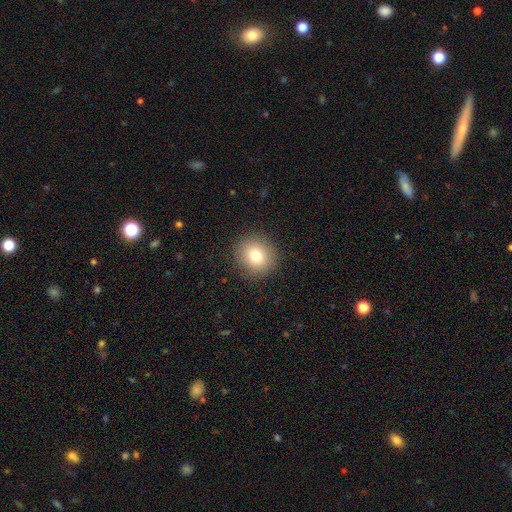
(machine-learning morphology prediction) Smooth or featured? Predicted: smooth (p=0.78). How rounded? Predicted: round (p=0.90). Merging? Predicted: none (p=0.90).